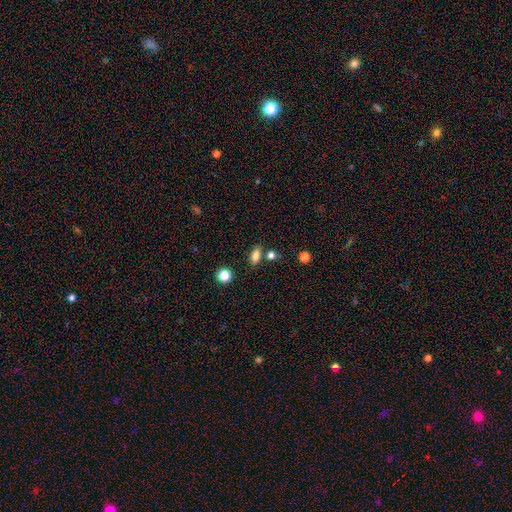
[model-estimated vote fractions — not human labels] Q: Smooth or featured?
A: smooth (80%); runner-up: star or artifact (11%)
Q: How rounded?
A: in between (81%); runner-up: cigar-shaped (10%)
Q: Merging?
A: none (77%); runner-up: minor disturbance (11%)